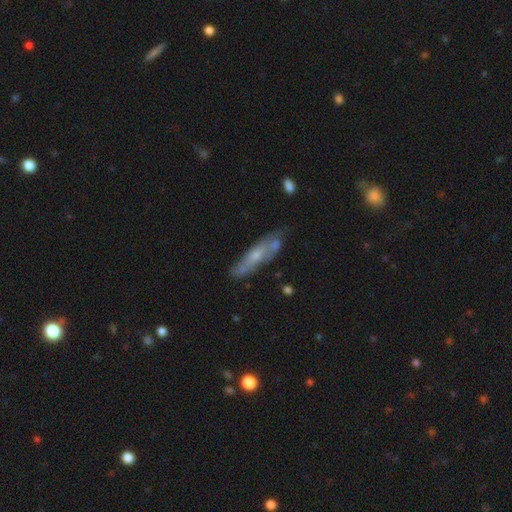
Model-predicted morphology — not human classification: type=featured or disk (53%); edge-on=no (55%); merging=none (59%).